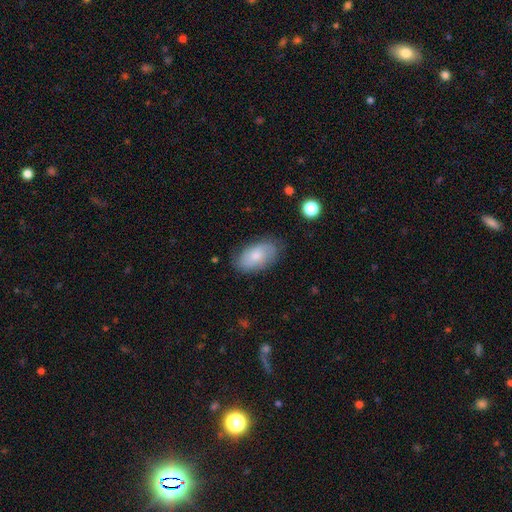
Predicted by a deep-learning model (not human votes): smooth-or-featured: smooth: 68% | featured or disk: 25% | star or artifact: 7%
  how-rounded: in between: 93% | round: 5% | cigar-shaped: 2%
  merging: none: 75% | minor disturbance: 19% | major disturbance: 4% | merger: 1%